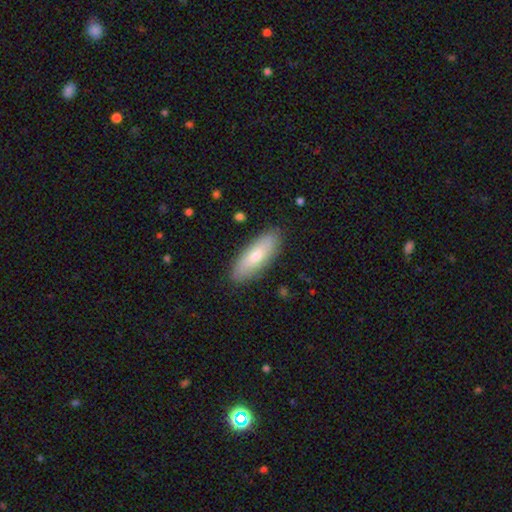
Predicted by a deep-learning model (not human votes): smooth-or-featured: smooth: 70% | featured or disk: 24% | star or artifact: 6%
  how-rounded: in between: 66% | cigar-shaped: 32% | round: 2%
  merging: none: 87% | minor disturbance: 10% | major disturbance: 2% | merger: 1%